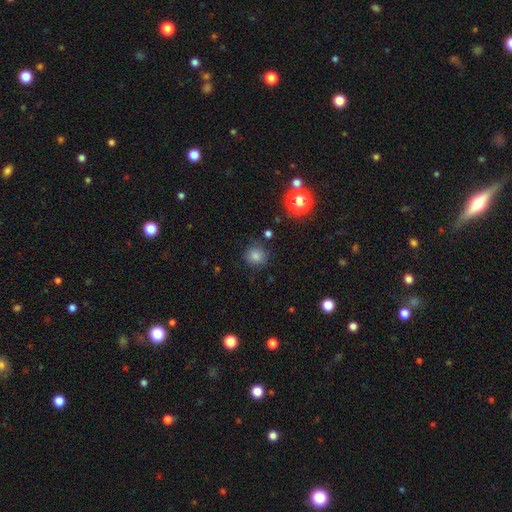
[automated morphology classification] smooth-or-featured: smooth: 80% | star or artifact: 14% | featured or disk: 5%
  how-rounded: round: 84% | in between: 15% | cigar-shaped: 1%
  merging: none: 81% | minor disturbance: 13% | major disturbance: 4% | merger: 3%